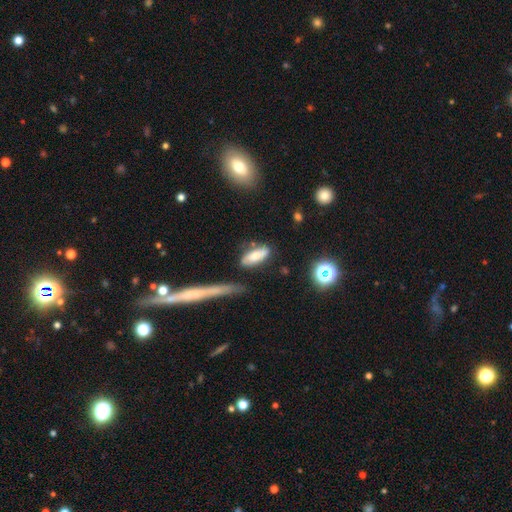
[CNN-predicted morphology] The model was most divided on "smooth or featured": smooth: 67%, featured or disk: 24%, star or artifact: 9%. More confident: how rounded — in between (72%); merging — none (69%).